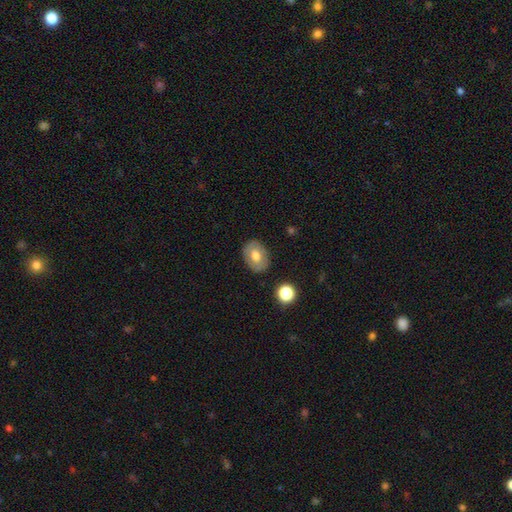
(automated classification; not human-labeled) Smooth or featured?
  - smooth: 63% *
  - featured or disk: 30%
  - star or artifact: 8%
How rounded?
  - in between: 70% *
  - round: 29%
  - cigar-shaped: 1%
Merging?
  - none: 84% *
  - minor disturbance: 11%
  - major disturbance: 3%
  - merger: 2%